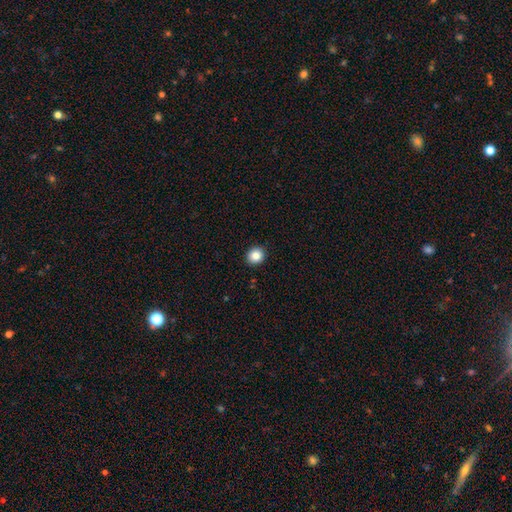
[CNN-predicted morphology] This is clearly a smooth galaxy (84%). How rounded: clearly round (83%). Merging: clearly none (93%).